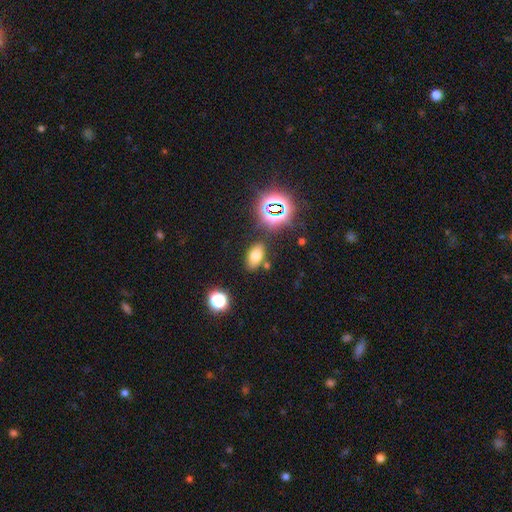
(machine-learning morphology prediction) Smooth or featured? Predicted: smooth (p=0.69). How rounded? Predicted: in between (p=0.87). Merging? Predicted: none (p=0.80).